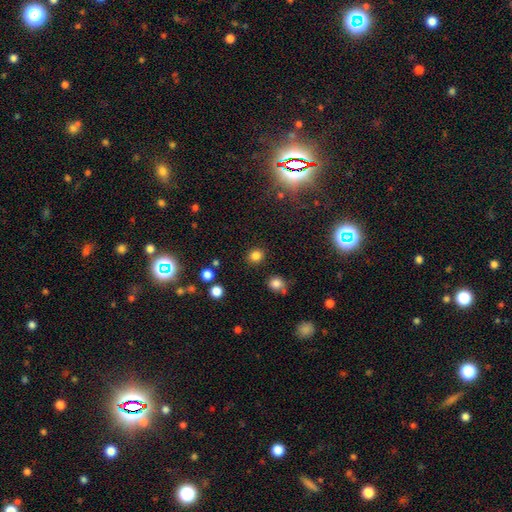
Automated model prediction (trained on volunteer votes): Smooth or featured? smooth (82%)
How rounded? round (78%)
Merging? none (87%)